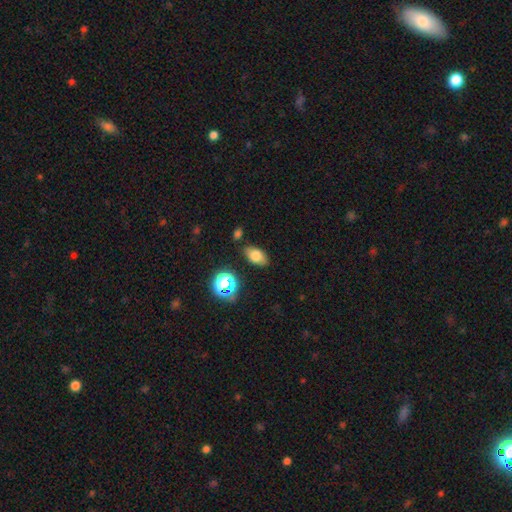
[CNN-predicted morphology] Smooth or featured: smooth — 72% (star or artifact — 15%)
How rounded: in between — 88% (round — 9%)
Merging: none — 81% (minor disturbance — 12%)